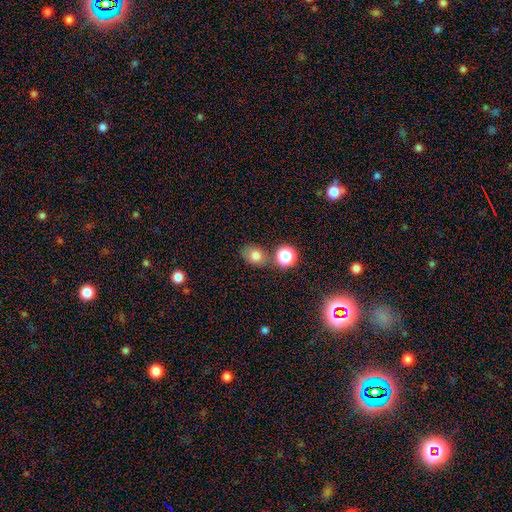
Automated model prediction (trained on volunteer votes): Overall: smooth (76%). How rounded: in between (56%; round 43%). Merging: none (68%).